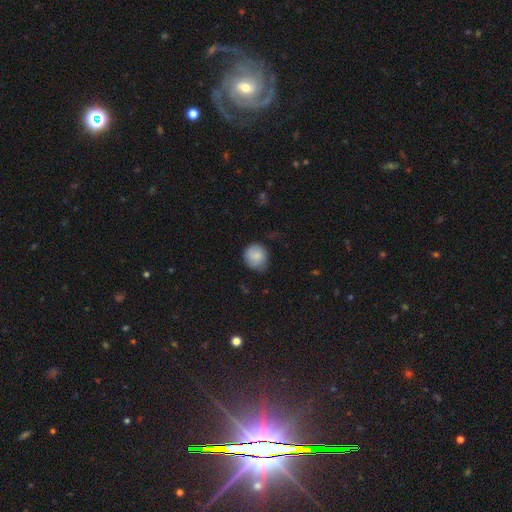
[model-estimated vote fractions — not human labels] Q: Smooth or featured?
A: smooth (84%); runner-up: featured or disk (9%)
Q: How rounded?
A: round (82%); runner-up: in between (17%)
Q: Merging?
A: none (64%); runner-up: minor disturbance (30%)